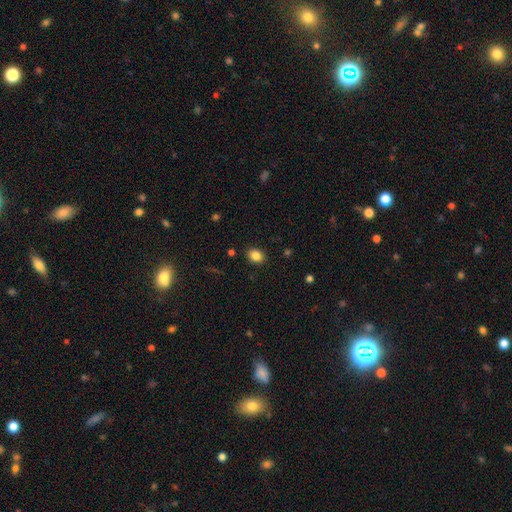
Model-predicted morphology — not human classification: A smooth galaxy with no disk features (84%) that is in between round and cigar-shaped (55%). Merging: none (88%).